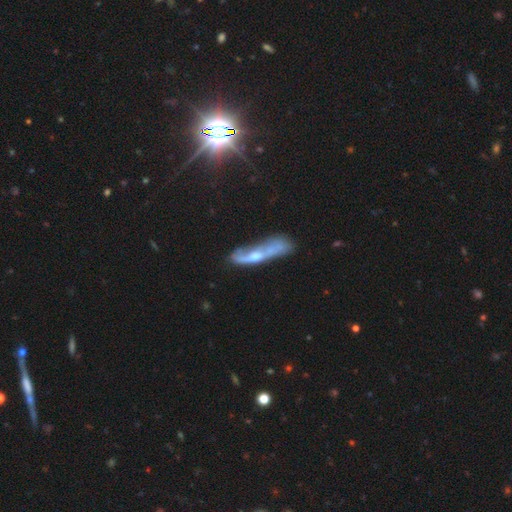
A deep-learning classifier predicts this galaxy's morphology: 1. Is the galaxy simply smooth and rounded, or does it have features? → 56% featured or disk, 35% smooth, 9% star or artifact.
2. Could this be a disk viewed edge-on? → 52% no, 48% yes.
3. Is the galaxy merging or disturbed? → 37% none, 25% minor disturbance, 23% major disturbance, 15% merger.